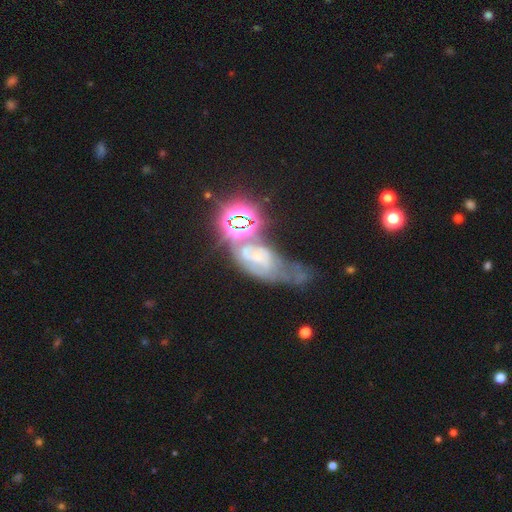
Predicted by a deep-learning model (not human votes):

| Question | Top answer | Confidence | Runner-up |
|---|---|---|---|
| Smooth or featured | featured or disk | 41% | star or artifact (38%) |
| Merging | major disturbance | 27% | tied: merger (27%) |